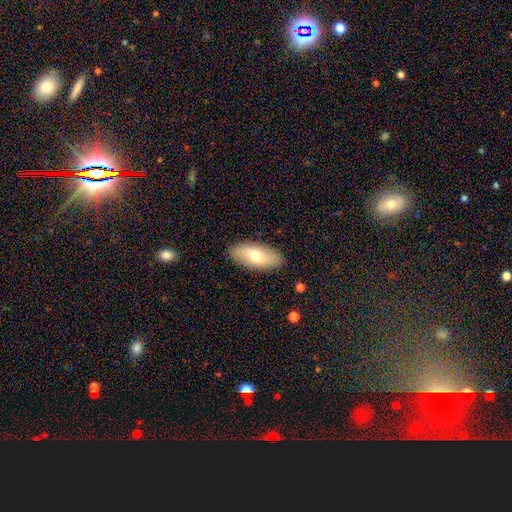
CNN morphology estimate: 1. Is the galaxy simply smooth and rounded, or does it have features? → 66% smooth, 28% featured or disk, 6% star or artifact.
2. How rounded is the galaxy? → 88% in between, 9% cigar-shaped, 3% round.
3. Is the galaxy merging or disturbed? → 89% none, 8% minor disturbance, 2% major disturbance, 1% merger.